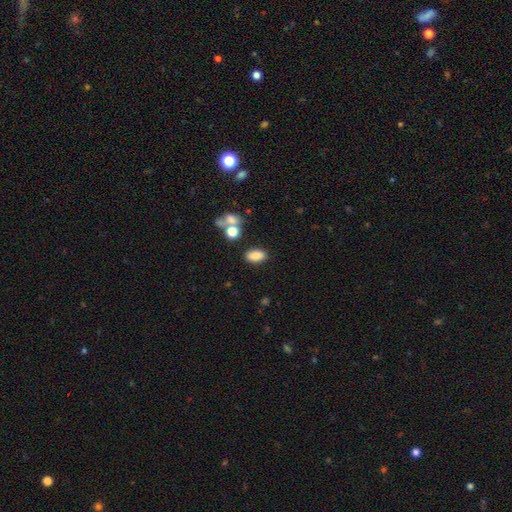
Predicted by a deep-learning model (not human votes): A smooth galaxy with no disk features (82%) that is in between round and cigar-shaped (89%).

Vote fractions:
- Smooth or featured? smooth: 82% / star or artifact: 10% / featured or disk: 8%
- How rounded? in between: 89% / round: 8% / cigar-shaped: 3%
- Merging? none: 79% / minor disturbance: 10% / merger: 8% / major disturbance: 3%